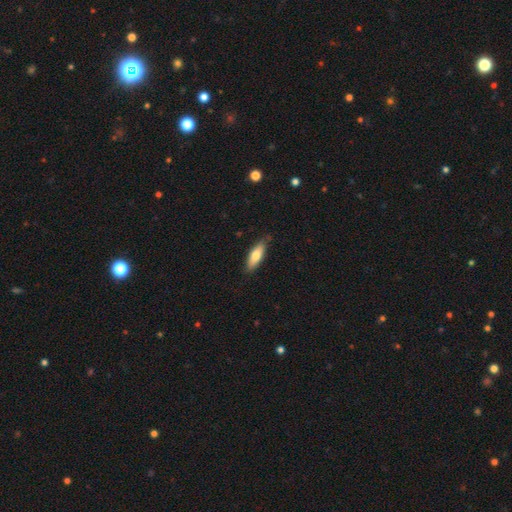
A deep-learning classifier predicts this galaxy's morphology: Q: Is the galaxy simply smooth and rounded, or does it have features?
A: smooth — 73%.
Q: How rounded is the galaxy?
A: in between — 51%.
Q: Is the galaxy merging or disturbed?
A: none — 82%.